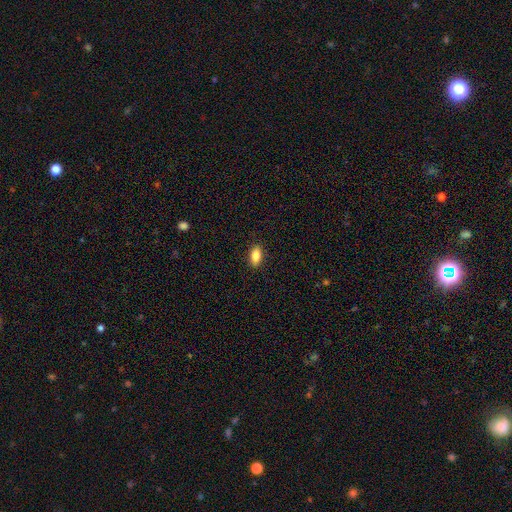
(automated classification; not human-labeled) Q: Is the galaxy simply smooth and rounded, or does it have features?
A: smooth — 86%.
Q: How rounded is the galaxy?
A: in between — 89%.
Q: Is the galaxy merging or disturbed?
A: none — 89%.